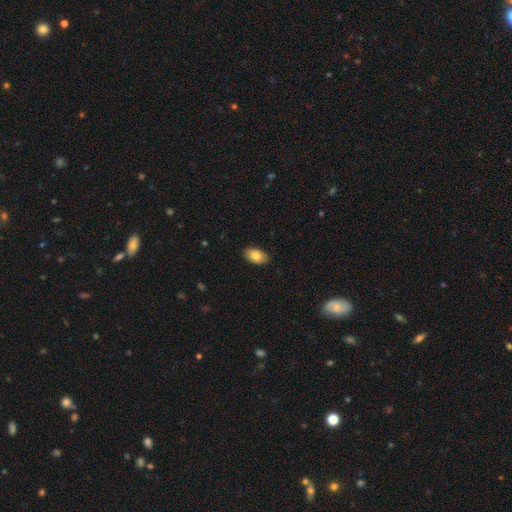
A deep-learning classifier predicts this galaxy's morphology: A smooth galaxy with no disk features (82%) that is in between round and cigar-shaped (92%).

Vote fractions:
- Smooth or featured? smooth: 82% / featured or disk: 11% / star or artifact: 7%
- How rounded? in between: 92% / round: 6% / cigar-shaped: 1%
- Merging? none: 87% / minor disturbance: 10% / major disturbance: 2% / merger: 1%